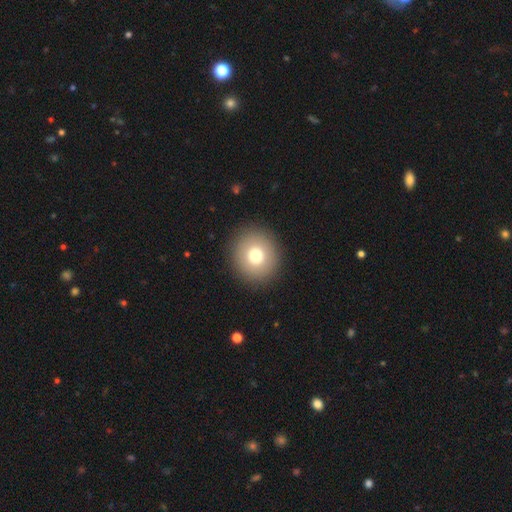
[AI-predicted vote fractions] smooth_or_featured: smooth (p=0.76) [alt: featured or disk p=0.13]
how_rounded: round (p=0.89) [alt: in between p=0.10]
merging: none (p=0.91) [alt: minor disturbance p=0.05]